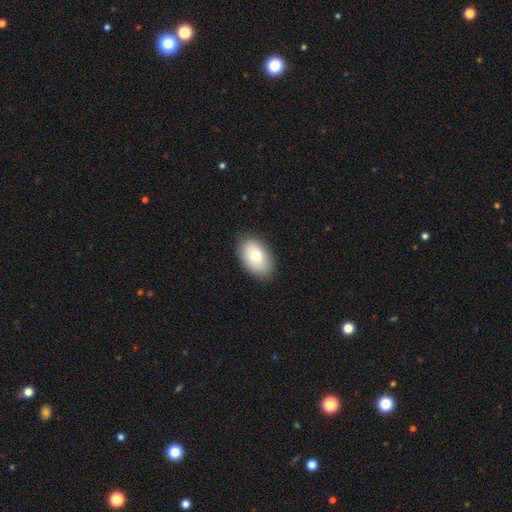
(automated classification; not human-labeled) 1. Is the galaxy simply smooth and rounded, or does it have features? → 75% smooth, 17% featured or disk, 8% star or artifact.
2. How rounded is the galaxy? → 90% in between, 8% round, 1% cigar-shaped.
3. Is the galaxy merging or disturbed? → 86% none, 11% minor disturbance, 2% major disturbance, 1% merger.